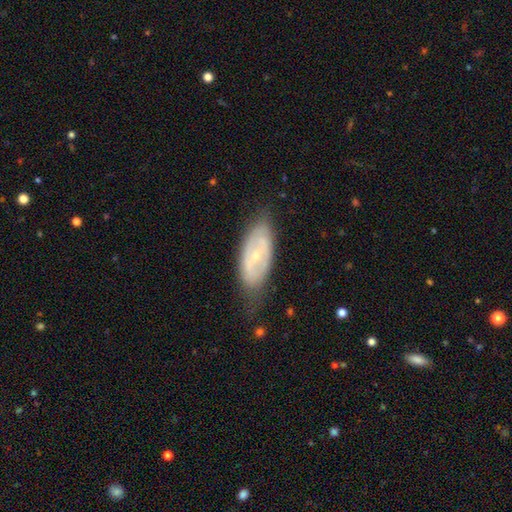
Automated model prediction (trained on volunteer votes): featured or disk 65%, smooth 29%, star or artifact 6%. Down the decision tree: edge-on disk — no (87%); bar — no (55%); spiral arms — no (56%); bulge size — small (68%); merging — none (69%).